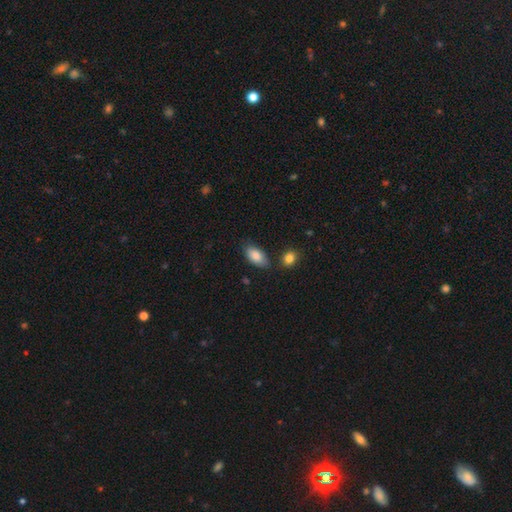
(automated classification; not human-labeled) Smooth or featured? Predicted: smooth (p=0.87). How rounded? Predicted: in between (p=0.93). Merging? Predicted: none (p=0.74).